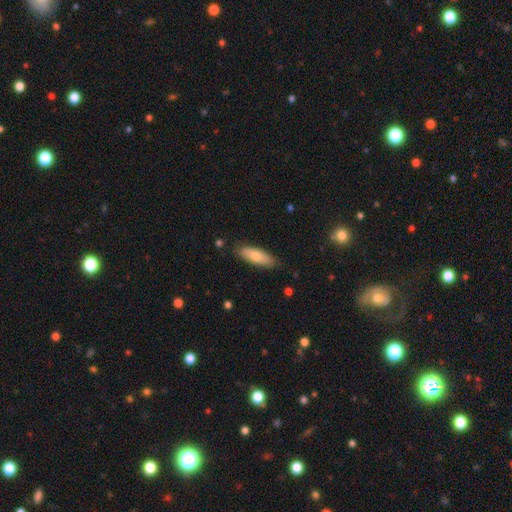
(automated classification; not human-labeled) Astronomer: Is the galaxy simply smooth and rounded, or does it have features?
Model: smooth — 68%.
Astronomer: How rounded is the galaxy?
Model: in between — 55% (runner-up: cigar-shaped, 42%).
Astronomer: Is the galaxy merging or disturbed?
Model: none — 85%.